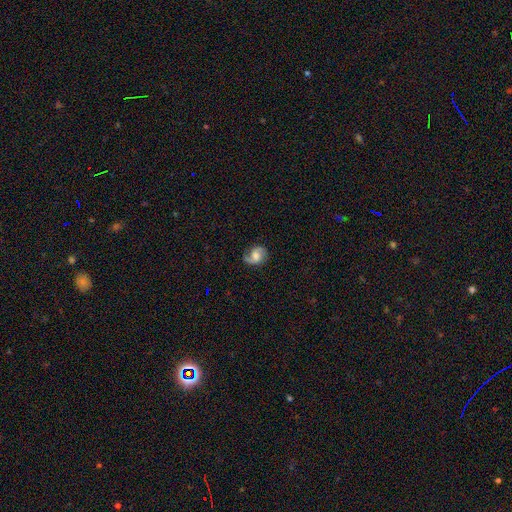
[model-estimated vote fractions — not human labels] smooth_or_featured: featured or disk (p=0.65) [alt: smooth p=0.26]
disk_edge_on: no (p=0.98) [alt: yes p=0.02]
bar: no (p=0.55) [alt: weak p=0.38]
has_spiral_arms: yes (p=0.94) [alt: no p=0.06]
spiral_winding: medium (p=0.46) [alt: loose p=0.34]
spiral_arm_count: 2 (p=0.82) [alt: 1 p=0.11]
bulge_size: moderate (p=0.44) [alt: large p=0.22]
merging: none (p=0.72) [alt: minor disturbance p=0.19]